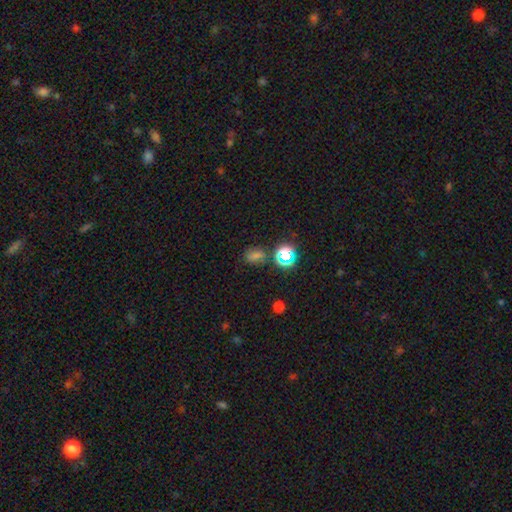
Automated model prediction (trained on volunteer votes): Q: Smooth or featured?
A: smooth (47%); runner-up: star or artifact (44%)
Q: Merging?
A: none (73%); runner-up: minor disturbance (13%)